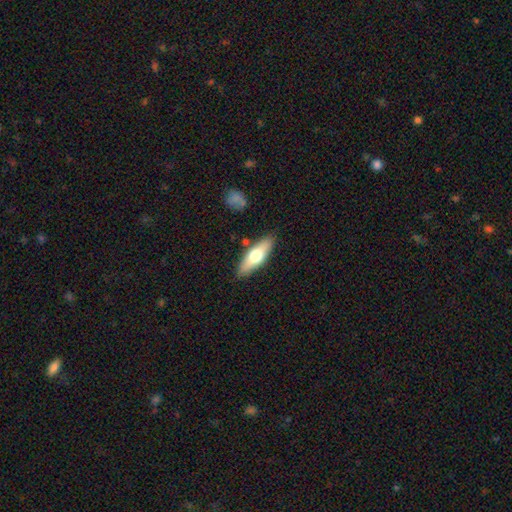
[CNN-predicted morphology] smooth 59%, featured or disk 36%, star or artifact 5%. Down the decision tree: how rounded — in between (53%); merging — none (84%).